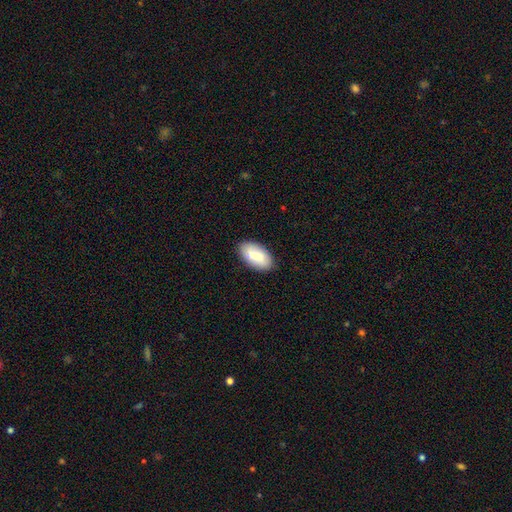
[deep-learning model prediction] This is clearly a smooth galaxy (83%). How rounded: clearly in between (95%). Merging: clearly none (85%).